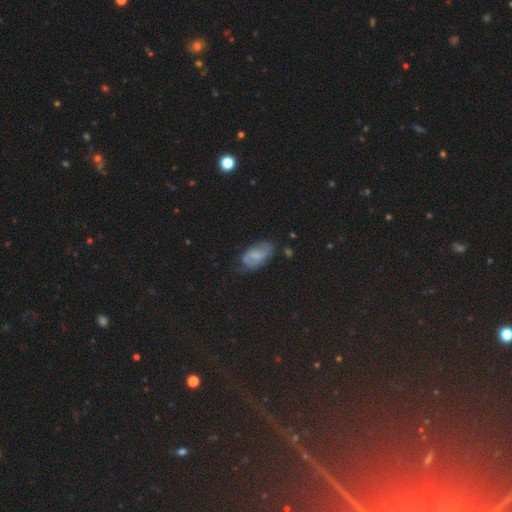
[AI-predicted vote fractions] Smooth or featured?
  - smooth: 47% *
  - featured or disk: 38%
  - star or artifact: 15%
Merging?
  - none: 56% *
  - minor disturbance: 29%
  - major disturbance: 12%
  - merger: 3%